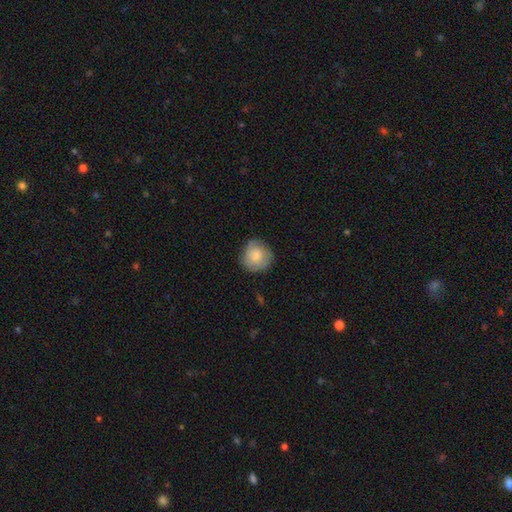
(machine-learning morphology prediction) This is likely a smooth galaxy (74%). How rounded: clearly round (89%). Merging: likely none (74%).